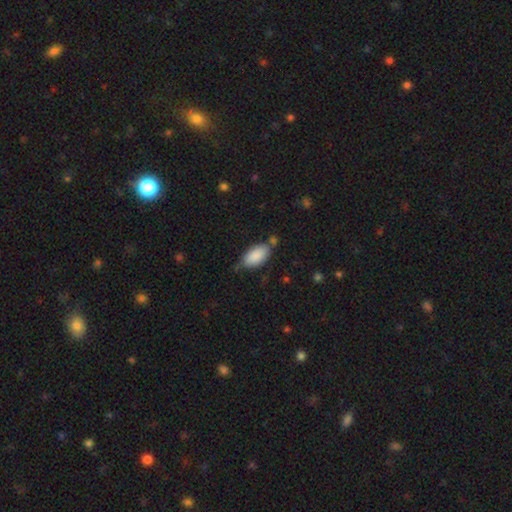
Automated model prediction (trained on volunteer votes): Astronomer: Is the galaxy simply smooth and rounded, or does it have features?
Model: smooth — 87%.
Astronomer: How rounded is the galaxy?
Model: in between — 93%.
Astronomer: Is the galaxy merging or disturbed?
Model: none — 61%.